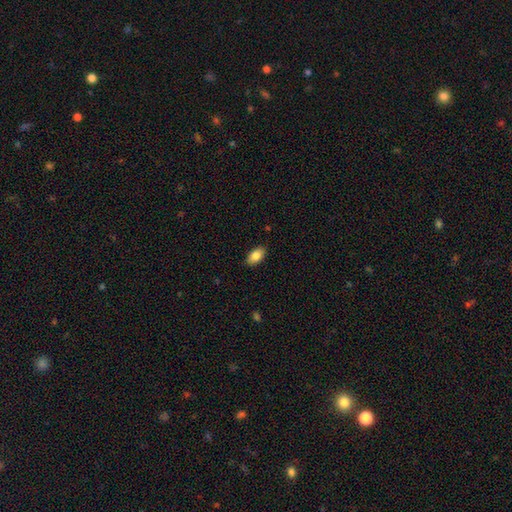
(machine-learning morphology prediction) smooth_or_featured: smooth (p=0.84) [alt: featured or disk p=0.09]
how_rounded: in between (p=0.92) [alt: round p=0.04]
merging: none (p=0.88) [alt: minor disturbance p=0.09]